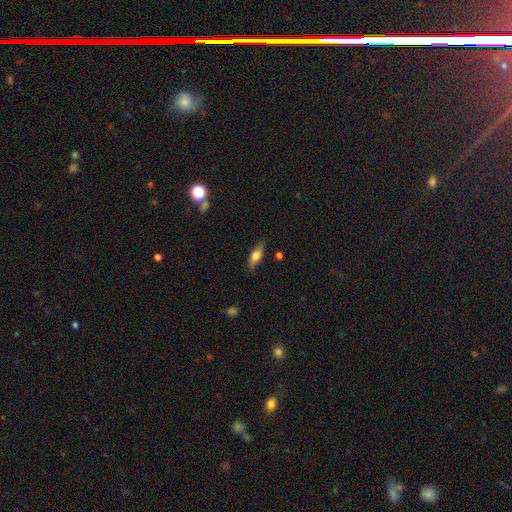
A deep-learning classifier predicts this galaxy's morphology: Smooth or featured: smooth — 72% (featured or disk — 21%)
How rounded: in between — 65% (cigar-shaped — 31%)
Merging: none — 81% (minor disturbance — 14%)